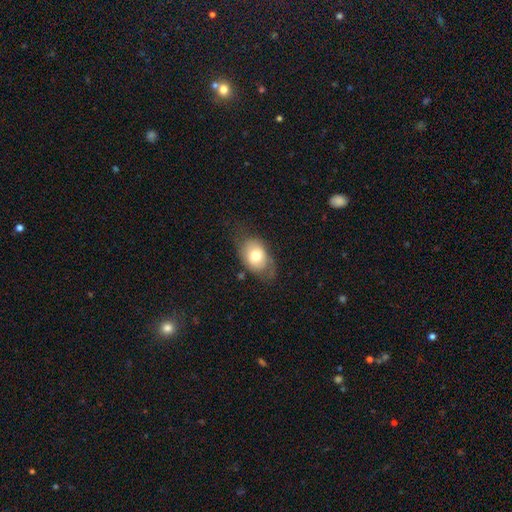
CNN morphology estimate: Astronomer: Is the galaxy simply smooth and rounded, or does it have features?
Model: smooth — 66%.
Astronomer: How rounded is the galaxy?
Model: in between — 76%.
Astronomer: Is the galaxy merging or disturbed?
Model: none — 58%.